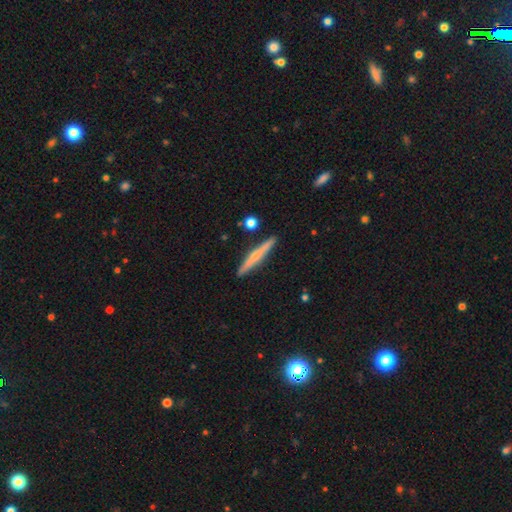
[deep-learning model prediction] featured or disk 53%, smooth 41%, star or artifact 6%. Down the decision tree: edge-on disk — yes (97%); edge-on bulge — rounded (61%); merging — none (90%).